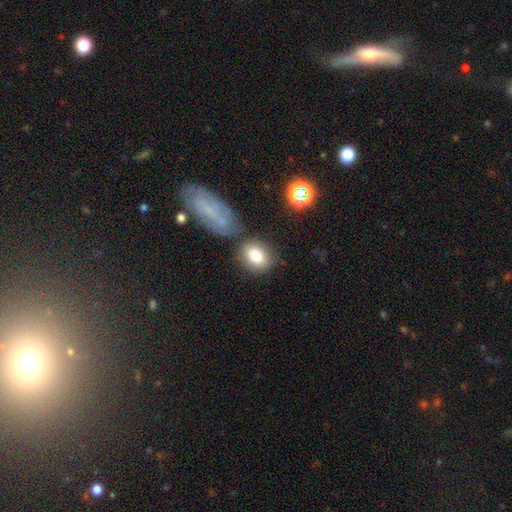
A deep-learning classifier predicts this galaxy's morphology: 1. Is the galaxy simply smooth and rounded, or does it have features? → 82% smooth, 10% featured or disk, 8% star or artifact.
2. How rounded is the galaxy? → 51% in between, 48% round, 2% cigar-shaped.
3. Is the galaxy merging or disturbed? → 67% none, 14% merger, 14% minor disturbance, 5% major disturbance.